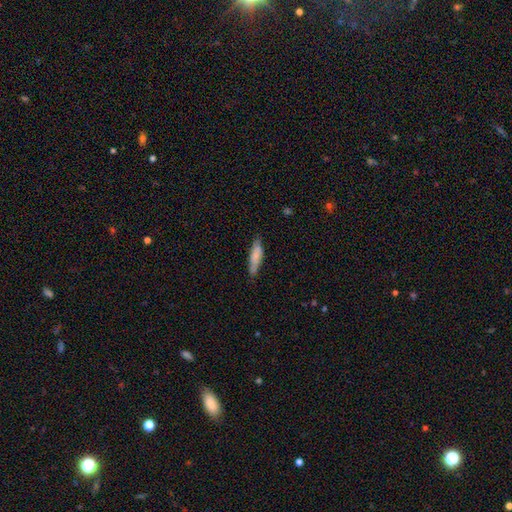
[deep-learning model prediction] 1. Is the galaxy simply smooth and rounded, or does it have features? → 74% smooth, 20% featured or disk, 6% star or artifact.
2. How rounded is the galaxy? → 70% cigar-shaped, 28% in between, 2% round.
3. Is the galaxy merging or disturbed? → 75% none, 20% minor disturbance, 3% major disturbance, 2% merger.